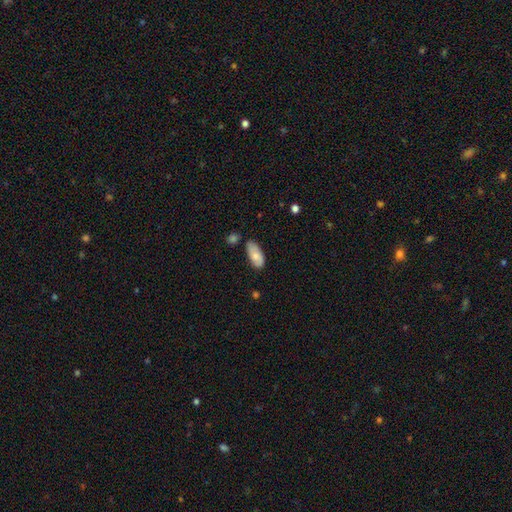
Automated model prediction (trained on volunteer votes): smooth-or-featured: smooth: 77% | featured or disk: 17% | star or artifact: 6%
  how-rounded: in between: 90% | cigar-shaped: 8% | round: 2%
  merging: none: 67% | minor disturbance: 24% | merger: 5% | major disturbance: 4%